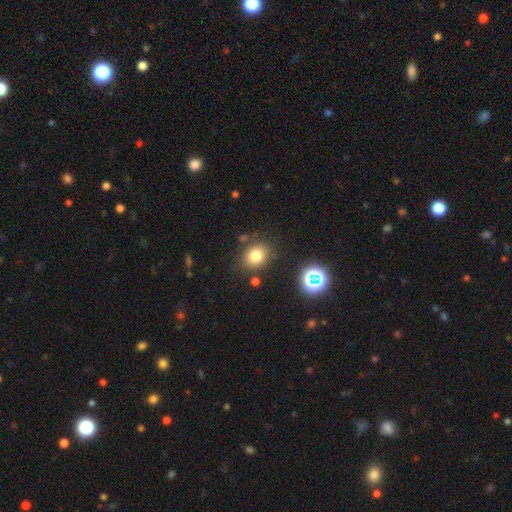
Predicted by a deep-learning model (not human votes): Smooth or featured: smooth — 78% (star or artifact — 14%)
How rounded: round — 61% (in between — 38%)
Merging: none — 80% (minor disturbance — 11%)